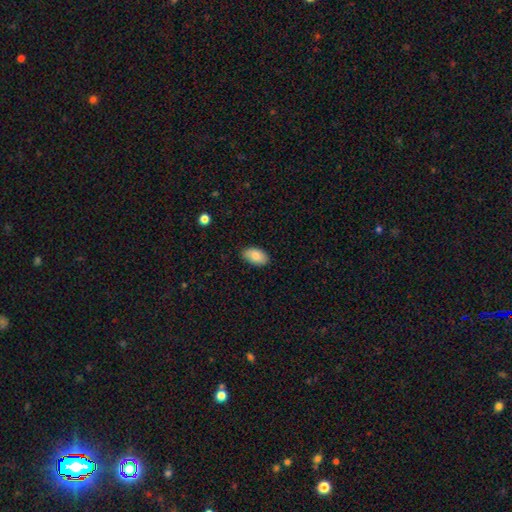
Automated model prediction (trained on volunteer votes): Smooth or featured: smooth — 86% (featured or disk — 8%)
How rounded: in between — 94% (round — 5%)
Merging: none — 84% (minor disturbance — 13%)